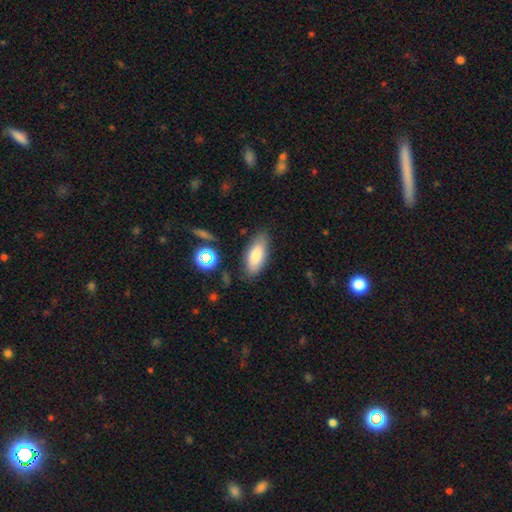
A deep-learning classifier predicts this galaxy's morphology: A smooth galaxy with no disk features (82%) that is in between round and cigar-shaped (82%). Merging: none (81%).